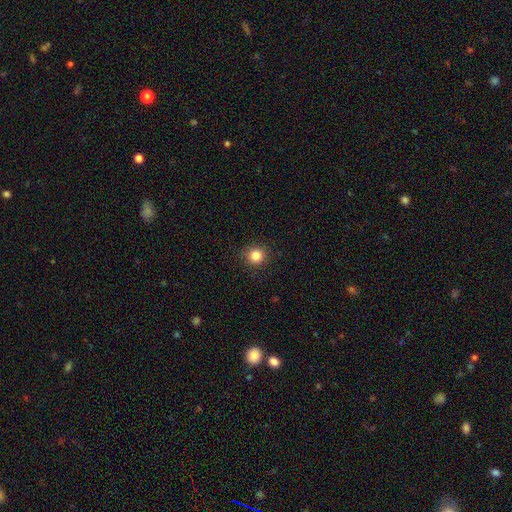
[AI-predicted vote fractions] Smooth or featured? smooth (84%)
How rounded? round (93%)
Merging? none (91%)